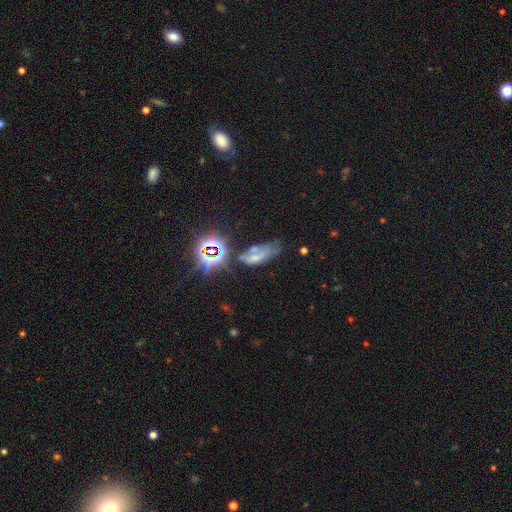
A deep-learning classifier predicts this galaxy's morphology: Smooth or featured: smooth — 35% (star or artifact — 33%)
Merging: none — 28% (major disturbance — 27%)